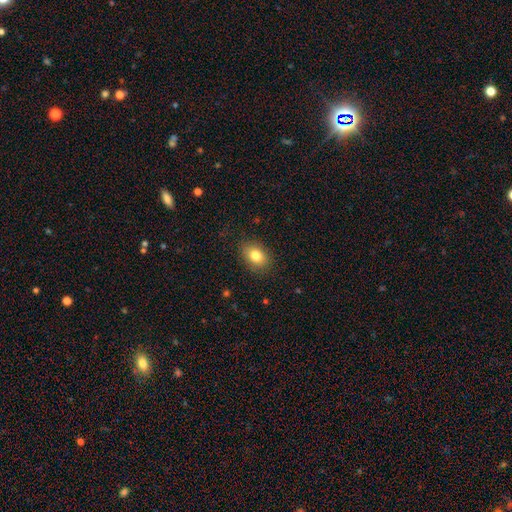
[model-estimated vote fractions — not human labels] smooth 82%, featured or disk 9%, star or artifact 9%. Down the decision tree: how rounded — in between (77%); merging — none (85%).